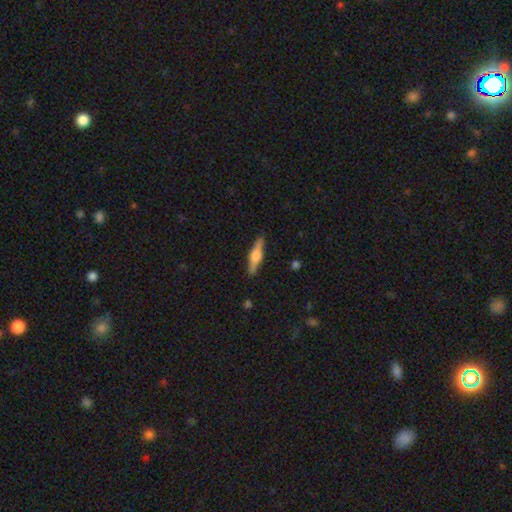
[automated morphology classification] featured or disk 63%, smooth 32%, star or artifact 6%. Down the decision tree: edge-on disk — yes (97%); edge-on bulge — rounded (92%); merging — none (89%).